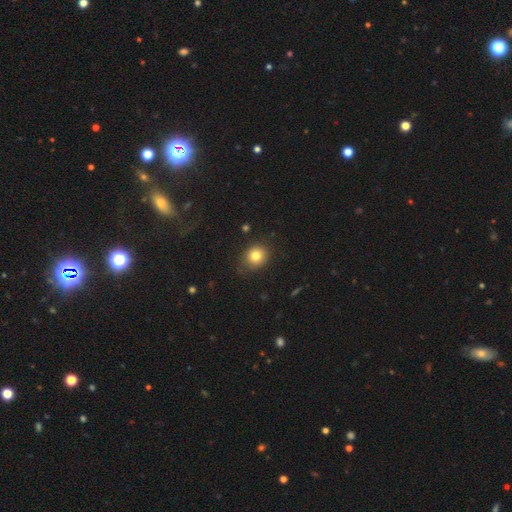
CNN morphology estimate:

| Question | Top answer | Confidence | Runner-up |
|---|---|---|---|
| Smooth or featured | smooth | 81% | star or artifact (11%) |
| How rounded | round | 74% | in between (25%) |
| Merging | none | 81% | minor disturbance (14%) |